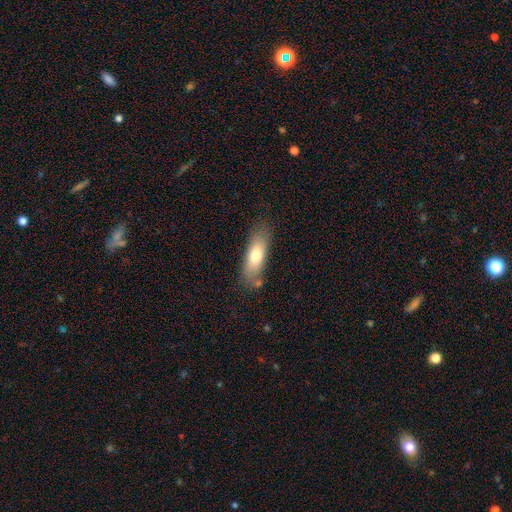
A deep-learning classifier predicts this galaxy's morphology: This appears to be a smooth galaxy with no disk features (71%) that is in between round and cigar-shaped (62%). Merging: none (72%).